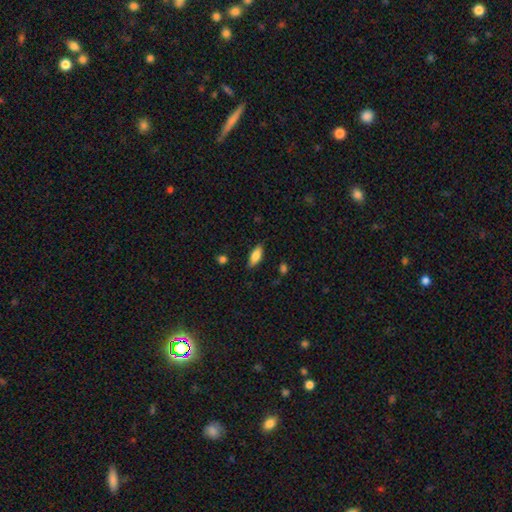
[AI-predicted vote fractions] Morphology: type=smooth (78%); roundness=in between (76%); merging=none (81%).